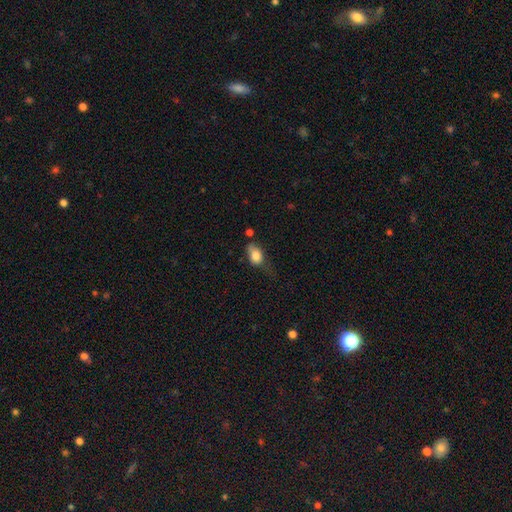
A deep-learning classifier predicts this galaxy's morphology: smooth_or_featured: smooth (p=0.81) [alt: featured or disk p=0.11]
how_rounded: in between (p=0.79) [alt: round p=0.18]
merging: minor disturbance (p=0.38) [alt: none p=0.35]